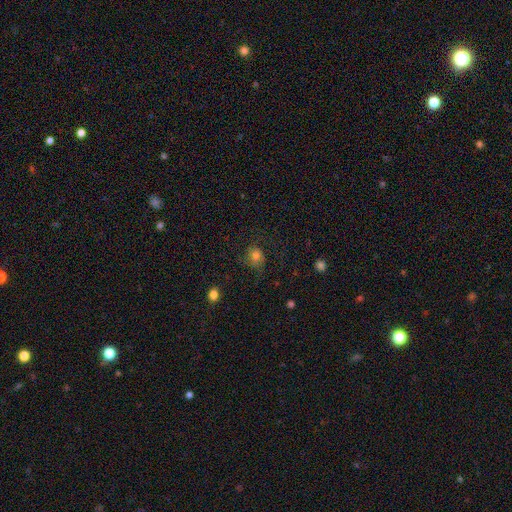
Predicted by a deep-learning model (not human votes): Morphology: type=smooth (65%); roundness=round (63%); merging=none (58%).